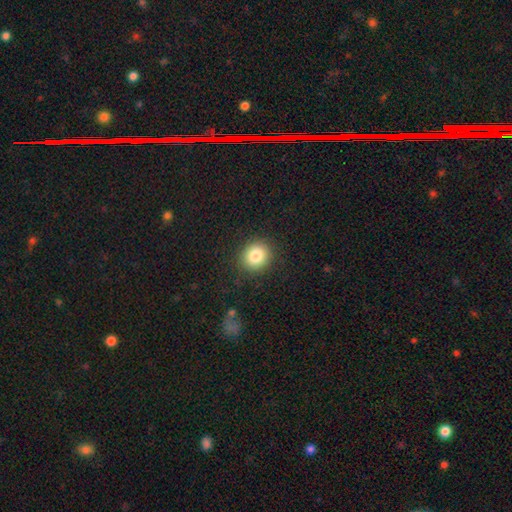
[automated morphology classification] This appears to be a smooth galaxy with no disk features (83%) that is round (82%). Merging: none (89%).